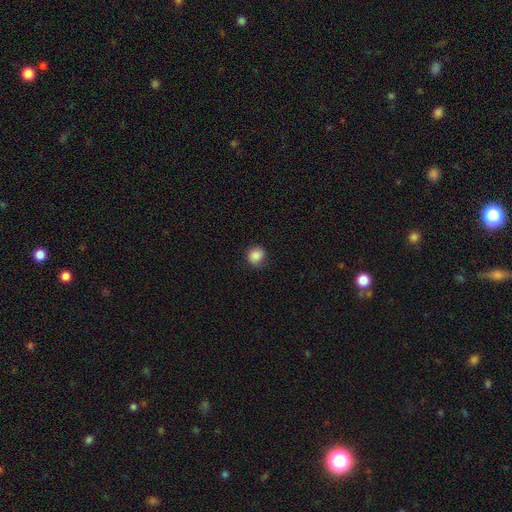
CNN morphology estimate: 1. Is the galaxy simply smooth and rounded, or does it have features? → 86% smooth, 9% star or artifact, 4% featured or disk.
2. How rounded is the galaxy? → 85% round, 14% in between, 1% cigar-shaped.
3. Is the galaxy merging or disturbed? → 81% none, 14% minor disturbance, 3% major disturbance, 1% merger.